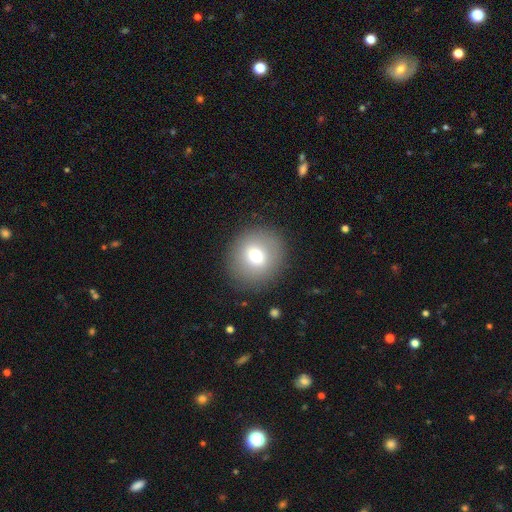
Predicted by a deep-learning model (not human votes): Smooth or featured? Predicted: smooth (p=0.71). How rounded? Predicted: round (p=0.91). Merging? Predicted: none (p=0.88).